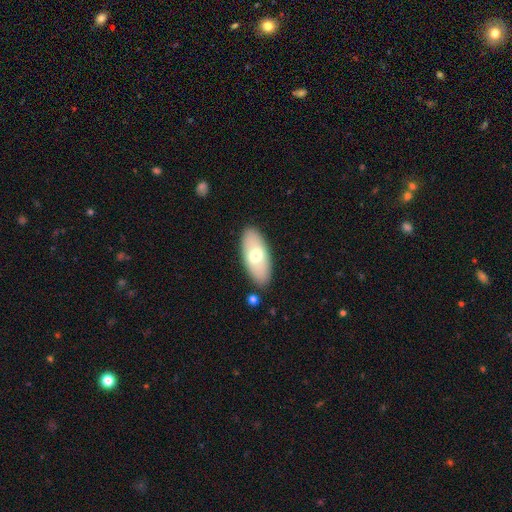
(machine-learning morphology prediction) Smooth or featured: smooth — 64% (featured or disk — 30%)
How rounded: in between — 89% (cigar-shaped — 9%)
Merging: none — 85% (minor disturbance — 9%)